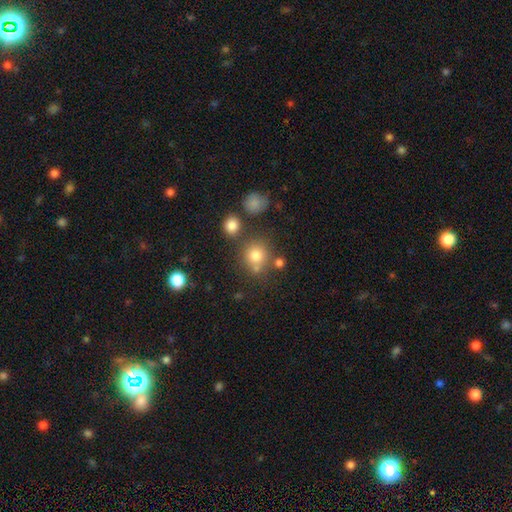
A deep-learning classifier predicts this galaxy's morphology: smooth-or-featured: smooth: 75% | star or artifact: 16% | featured or disk: 9%
  how-rounded: round: 86% | in between: 13% | cigar-shaped: 1%
  merging: none: 68% | merger: 16% | minor disturbance: 11% | major disturbance: 5%